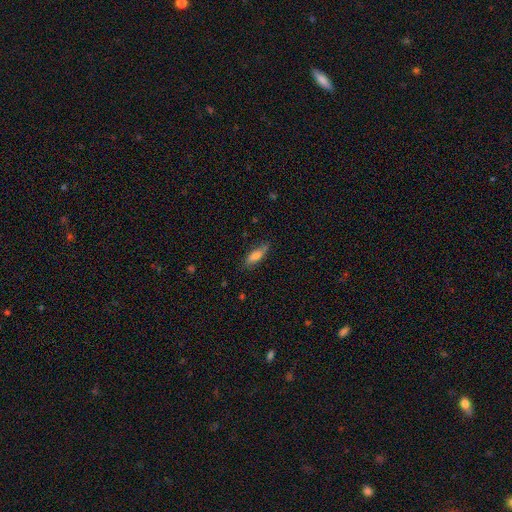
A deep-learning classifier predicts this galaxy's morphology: smooth_or_featured: smooth (p=0.73) [alt: featured or disk p=0.19]
how_rounded: in between (p=0.56) [alt: cigar-shaped p=0.42]
merging: none (p=0.76) [alt: minor disturbance p=0.19]